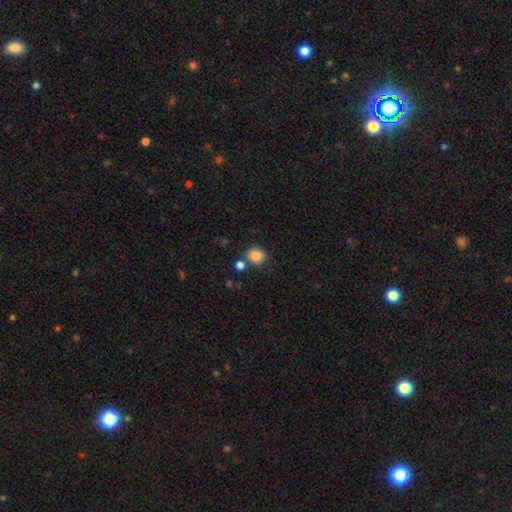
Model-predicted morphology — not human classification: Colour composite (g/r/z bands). It shows a smooth galaxy with no disk features (86%) that is round (79%). Merging: none (75%).